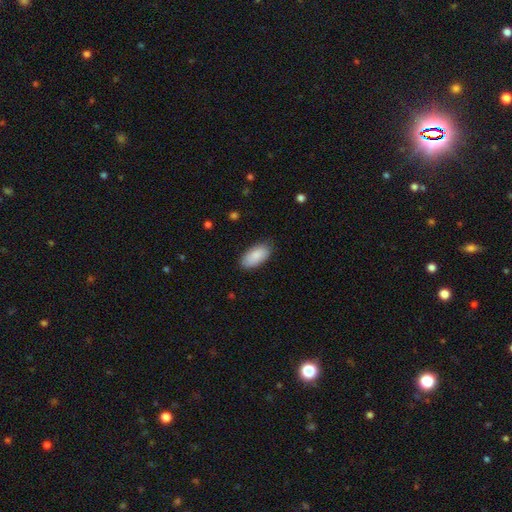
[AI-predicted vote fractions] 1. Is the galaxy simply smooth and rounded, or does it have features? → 88% smooth, 7% featured or disk, 6% star or artifact.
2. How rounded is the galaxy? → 93% in between, 5% cigar-shaped, 2% round.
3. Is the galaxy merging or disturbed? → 81% none, 15% minor disturbance, 3% major disturbance, 1% merger.